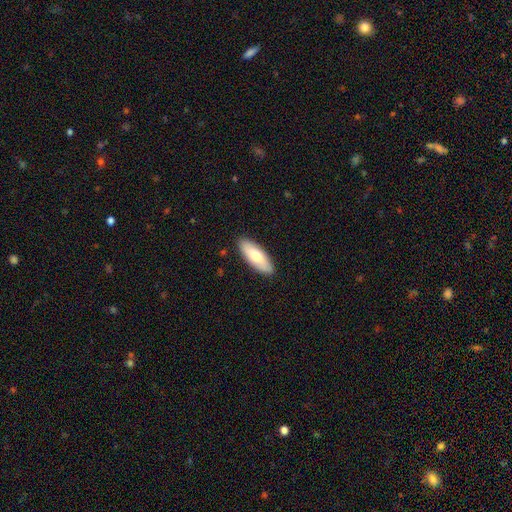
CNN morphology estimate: smooth_or_featured: smooth (p=0.71) [alt: featured or disk p=0.24]
how_rounded: in between (p=0.71) [alt: cigar-shaped p=0.27]
merging: none (p=0.90) [alt: minor disturbance p=0.08]